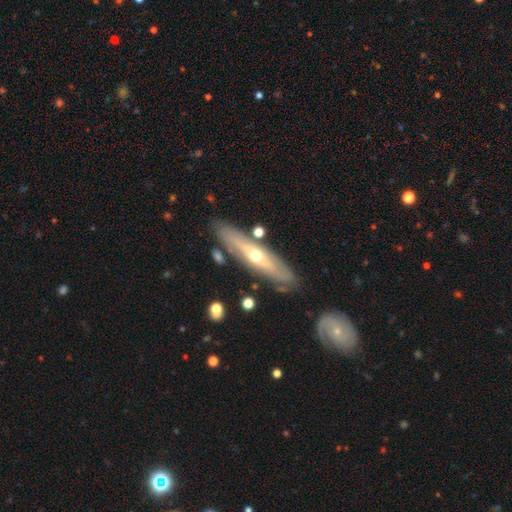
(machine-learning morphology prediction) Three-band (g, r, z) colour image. It shows a featured or disk galaxy (64%) viewed edge-on (61%). Merging: none (80%).